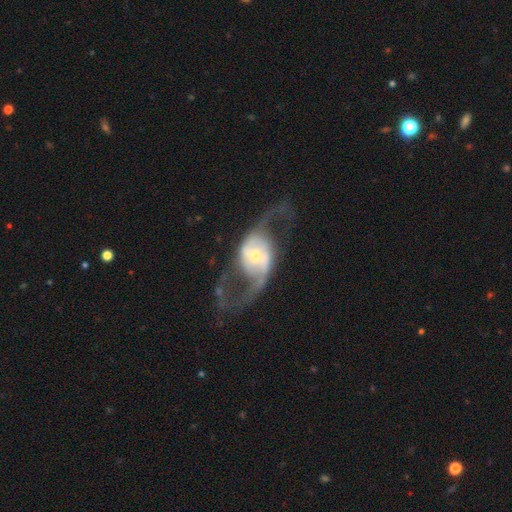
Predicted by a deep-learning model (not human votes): The model was most divided on "bar": no: 39%, weak: 36%, strong: 26%. Remaining: edge-on disk — no (94%); spiral arm count — 2 (91%); spiral arms — yes (89%); smooth or featured — featured or disk (85%); spiral winding — loose (62%); merging — none (58%); bulge size — moderate (48%).